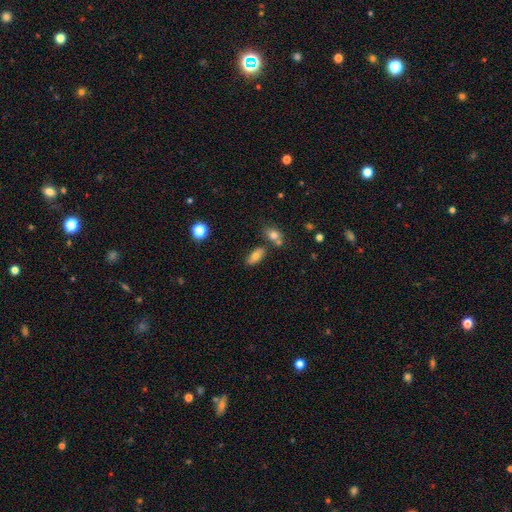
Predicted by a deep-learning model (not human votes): smooth 77%, featured or disk 14%, star or artifact 9%. Down the decision tree: how rounded — in between (88%); merging — none (71%).